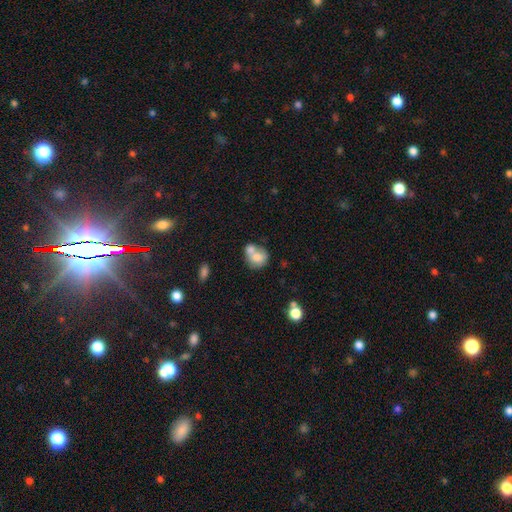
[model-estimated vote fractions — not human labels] Q: Smooth or featured?
A: smooth (72%); runner-up: featured or disk (19%)
Q: How rounded?
A: round (66%); runner-up: in between (33%)
Q: Merging?
A: merger (56%); runner-up: none (29%)